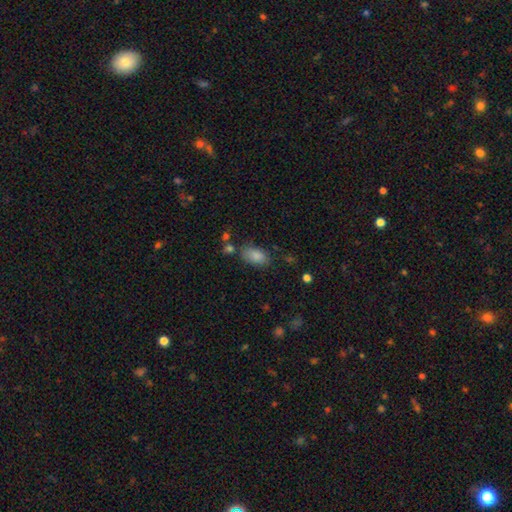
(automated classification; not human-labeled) The model was most divided on "merging": none: 71%, minor disturbance: 18%, merger: 6%, major disturbance: 5%. More confident: how rounded — in between (92%); smooth or featured — smooth (86%).